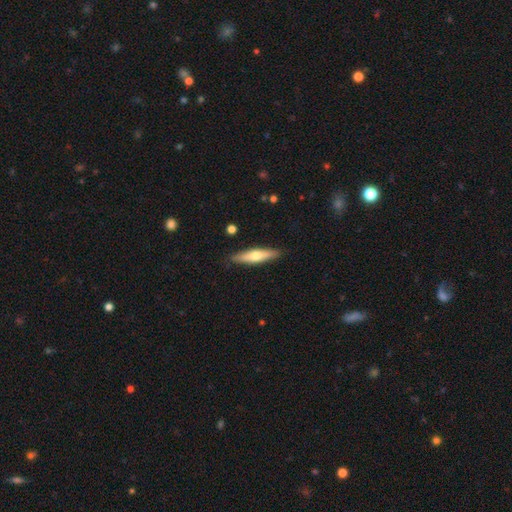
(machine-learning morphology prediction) A smooth galaxy with no disk features (52%) that is cigar-shaped (76%).

Vote fractions:
- Smooth or featured? smooth: 52% / featured or disk: 43% / star or artifact: 5%
- How rounded? cigar-shaped: 76% / in between: 22% / round: 2%
- Merging? none: 88% / minor disturbance: 9% / major disturbance: 2% / merger: 1%